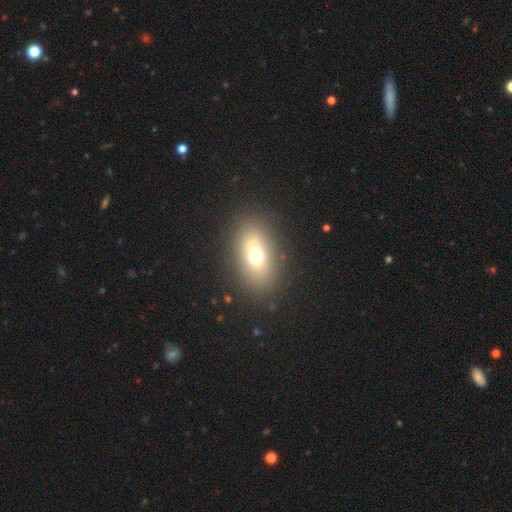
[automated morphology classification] Smooth or featured? Predicted: smooth (p=0.64). How rounded? Predicted: in between (p=0.77). Merging? Predicted: none (p=0.80).